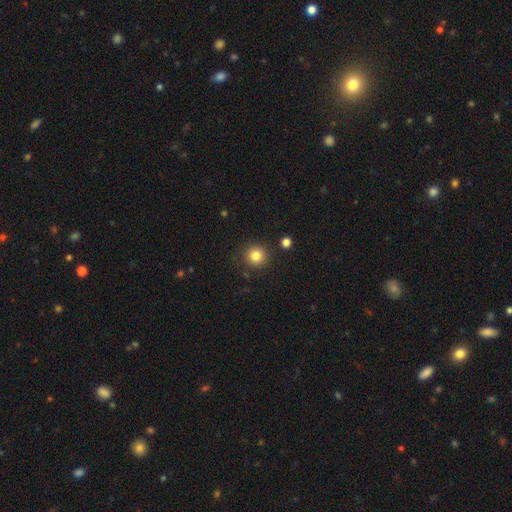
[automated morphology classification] smooth_or_featured: smooth (p=0.82) [alt: star or artifact p=0.12]
how_rounded: round (p=0.94) [alt: in between p=0.05]
merging: none (p=0.88) [alt: minor disturbance p=0.07]